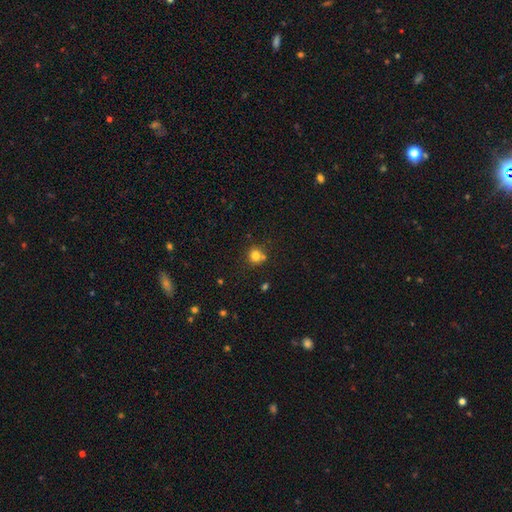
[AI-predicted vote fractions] Smooth or featured? Predicted: smooth (p=0.79). How rounded? Predicted: round (p=0.88). Merging? Predicted: none (p=0.69).